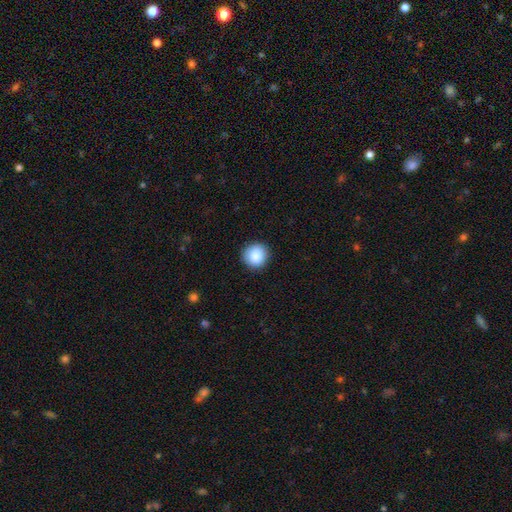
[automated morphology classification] Smooth or featured?
  - smooth: 88% *
  - star or artifact: 8%
  - featured or disk: 4%
How rounded?
  - round: 93% *
  - in between: 6%
  - cigar-shaped: 1%
Merging?
  - none: 91% *
  - minor disturbance: 7%
  - major disturbance: 2%
  - merger: 1%